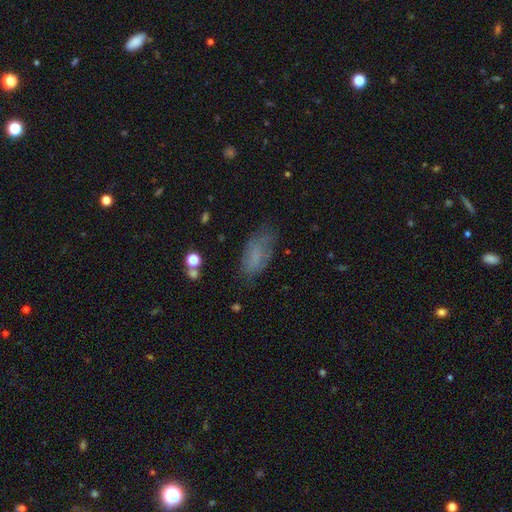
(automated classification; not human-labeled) This is likely a smooth galaxy (66%). How rounded: clearly in between (86%). Merging: likely none (62%).